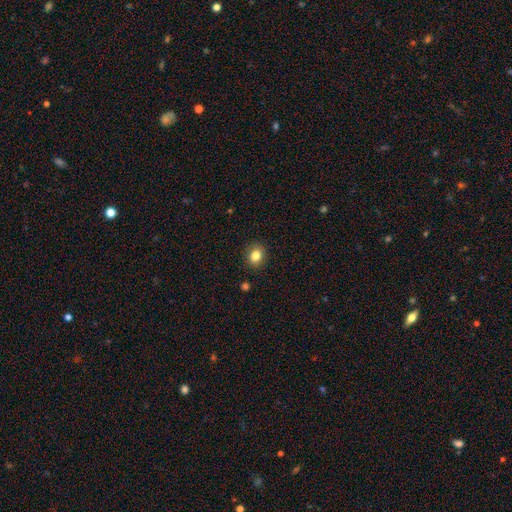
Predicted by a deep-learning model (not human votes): A smooth galaxy with no disk features (83%) that is round (61%). Merging: none (90%).